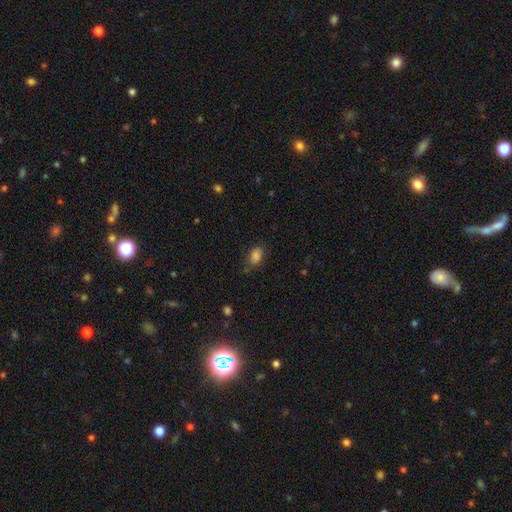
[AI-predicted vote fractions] Morphology: type=smooth (83%); roundness=in between (82%); merging=none (68%).